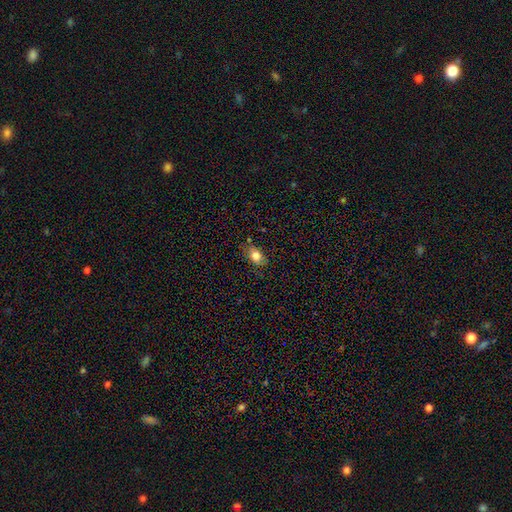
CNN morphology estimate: Smooth or featured? Predicted: smooth (p=0.81). How rounded? Predicted: in between (p=0.84). Merging? Predicted: none (p=0.74).